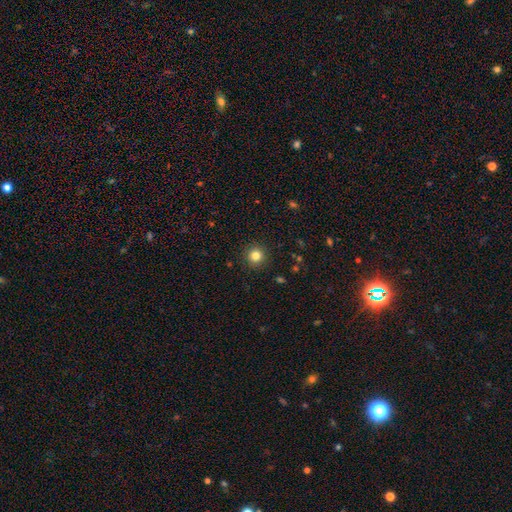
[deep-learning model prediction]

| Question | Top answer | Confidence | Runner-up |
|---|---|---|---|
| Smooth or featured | smooth | 83% | star or artifact (12%) |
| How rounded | round | 95% | in between (4%) |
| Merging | none | 92% | minor disturbance (5%) |